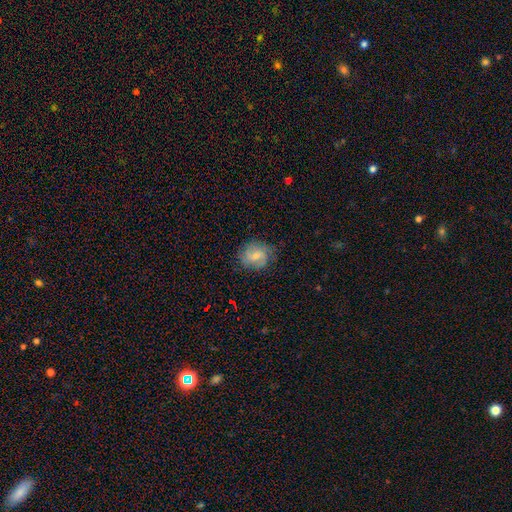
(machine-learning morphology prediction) The model was most divided on "how rounded": round: 65%, in between: 34%, cigar-shaped: 1%. More confident: merging — none (73%); smooth or featured — smooth (63%).